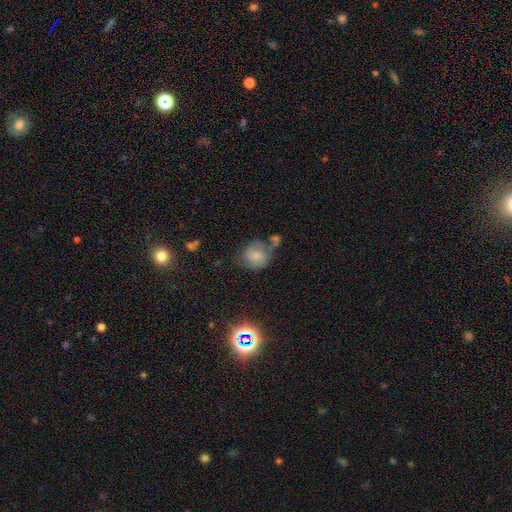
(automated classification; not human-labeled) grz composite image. It shows a smooth galaxy with no disk features (73%) that is round (75%). Merging: none (40%).